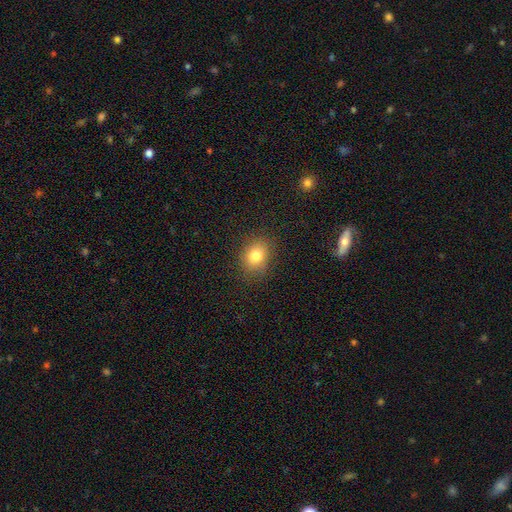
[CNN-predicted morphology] This appears to be a smooth galaxy with no disk features (80%) that is in between round and cigar-shaped (52%). Merging: none (85%).